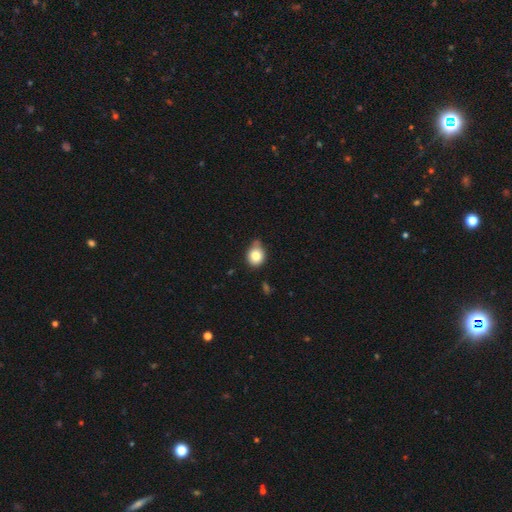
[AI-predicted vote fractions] Smooth or featured: smooth — 82% (star or artifact — 10%)
How rounded: round — 64% (in between — 35%)
Merging: none — 55% (minor disturbance — 33%)